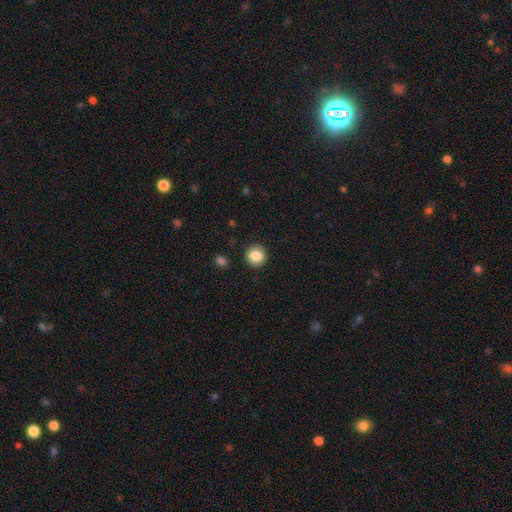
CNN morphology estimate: A smooth galaxy with no disk features (85%) that is round (93%).

Vote fractions:
- Smooth or featured? smooth: 85% / star or artifact: 9% / featured or disk: 6%
- How rounded? round: 93% / in between: 6% / cigar-shaped: 1%
- Merging? none: 91% / minor disturbance: 6% / major disturbance: 2% / merger: 1%